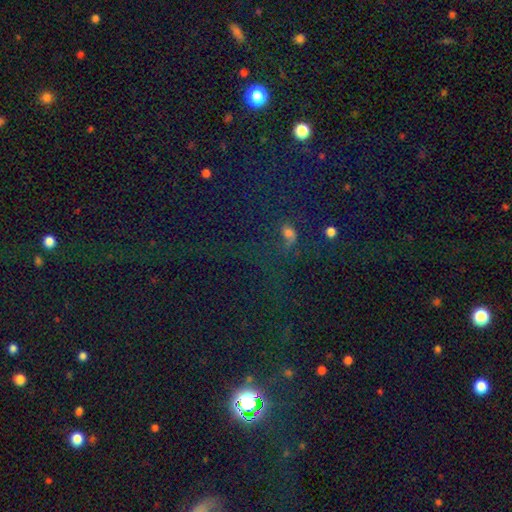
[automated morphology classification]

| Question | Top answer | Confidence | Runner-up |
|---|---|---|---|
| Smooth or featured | star or artifact | 69% | smooth (22%) |